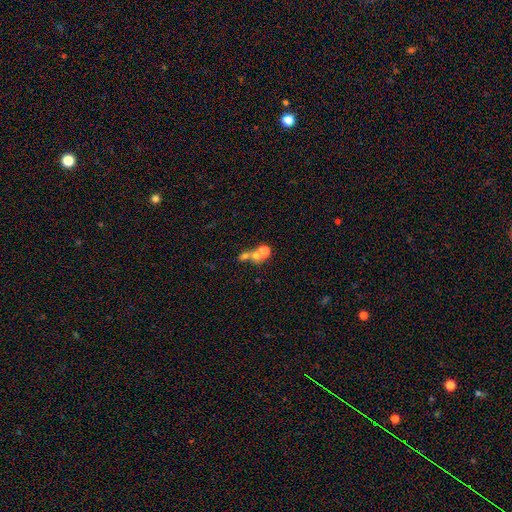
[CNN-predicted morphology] A smooth galaxy with no disk features (56%) that is round (77%).

Vote fractions:
- Smooth or featured? smooth: 56% / featured or disk: 24% / star or artifact: 20%
- How rounded? round: 77% / in between: 21% / cigar-shaped: 2%
- Merging? merger: 56% / none: 32% / major disturbance: 6% / minor disturbance: 6%